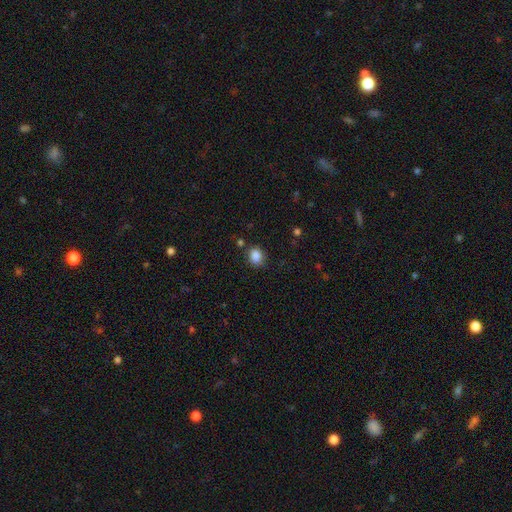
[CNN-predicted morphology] This is clearly a smooth galaxy (86%). How rounded: possibly round (52%). Merging: clearly none (81%).